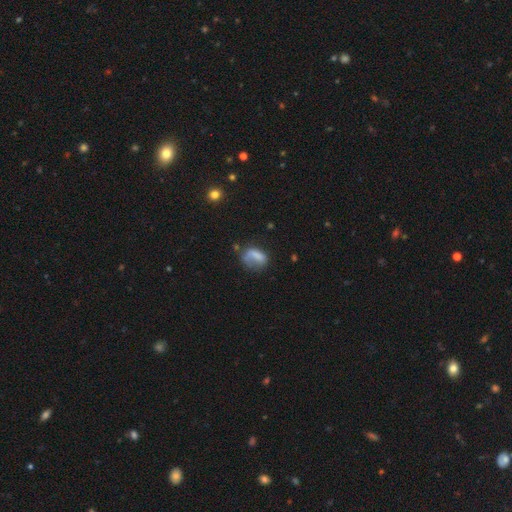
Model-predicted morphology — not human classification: Smooth or featured? Predicted: smooth (p=0.65). How rounded? Predicted: in between (p=0.71). Merging? Predicted: major disturbance (p=0.35, tied with none).